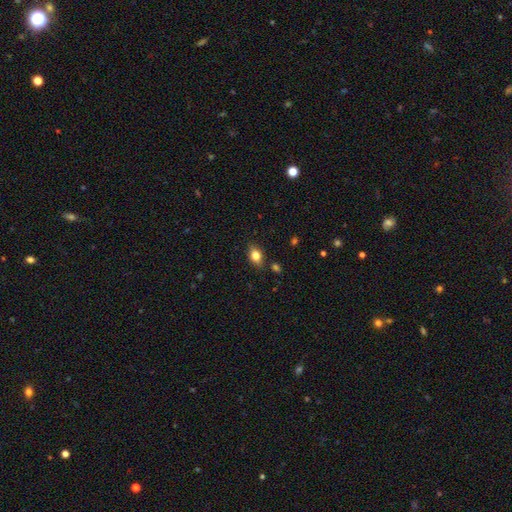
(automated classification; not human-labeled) Smooth or featured? smooth (74%)
How rounded? in between (75%)
Merging? none (81%)